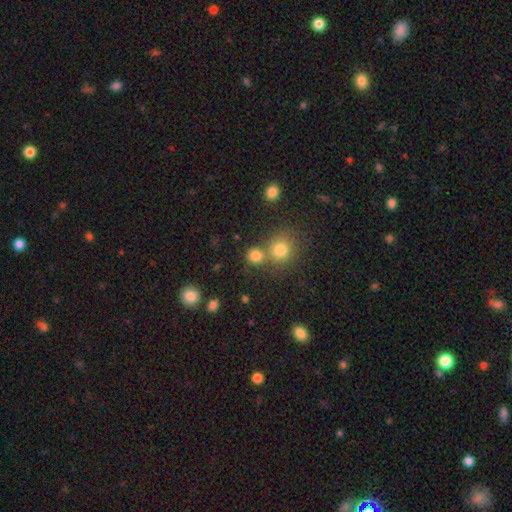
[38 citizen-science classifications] Smooth or featured? 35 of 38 (92%) said smooth. How rounded? 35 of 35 (100%) said round. Merging? 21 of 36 (58%) said none.